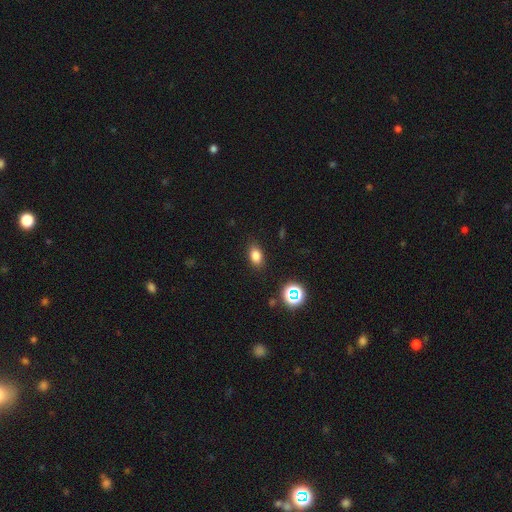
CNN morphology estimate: smooth-or-featured: smooth: 80% | star or artifact: 14% | featured or disk: 7%
  how-rounded: in between: 83% | round: 14% | cigar-shaped: 3%
  merging: none: 86% | minor disturbance: 10% | major disturbance: 3% | merger: 1%